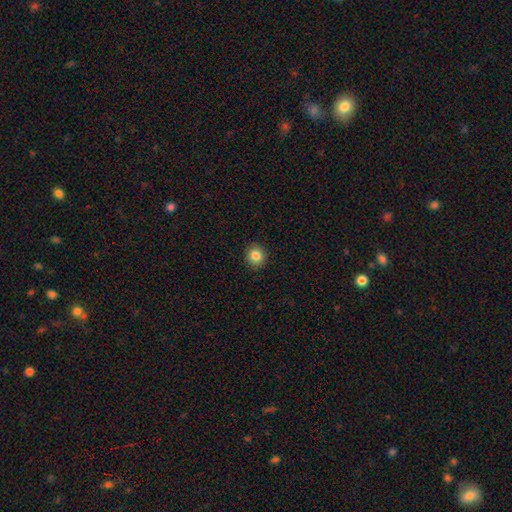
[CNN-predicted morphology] type=smooth (85%); roundness=round (87%); merging=none (92%).